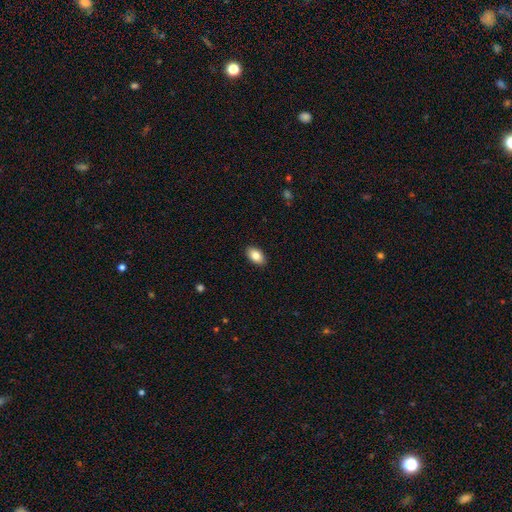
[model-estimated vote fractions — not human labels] A smooth galaxy with no disk features (85%) that is in between round and cigar-shaped (93%). Merging: none (90%).